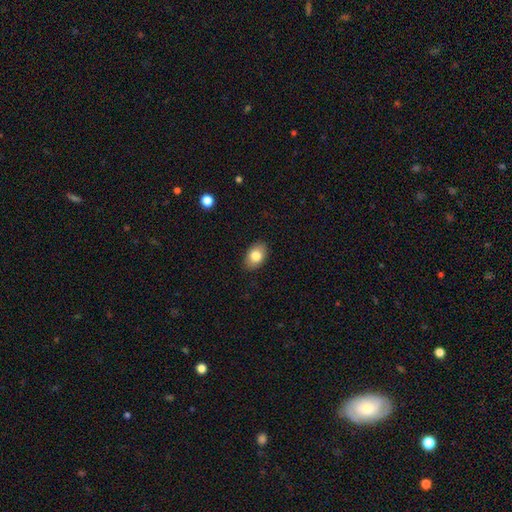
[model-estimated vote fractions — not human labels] This is clearly a smooth galaxy (82%). How rounded: clearly in between (85%). Merging: clearly none (88%).